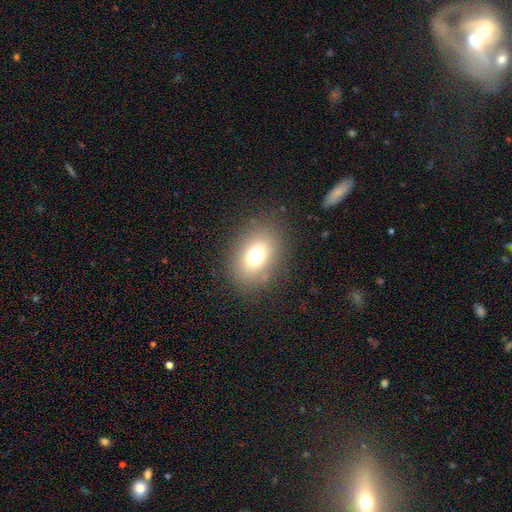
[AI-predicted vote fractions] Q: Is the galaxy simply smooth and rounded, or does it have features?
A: smooth — 73%.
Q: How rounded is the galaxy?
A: in between — 73%.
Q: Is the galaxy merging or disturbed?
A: none — 82%.